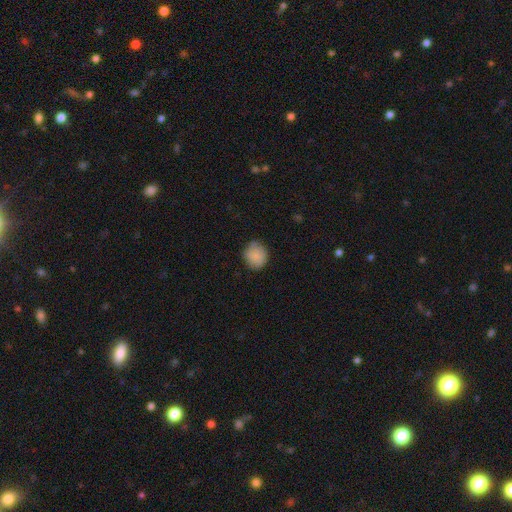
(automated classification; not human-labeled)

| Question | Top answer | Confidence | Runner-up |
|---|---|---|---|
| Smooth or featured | smooth | 85% | star or artifact (8%) |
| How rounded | round | 83% | in between (16%) |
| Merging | none | 76% | minor disturbance (19%) |